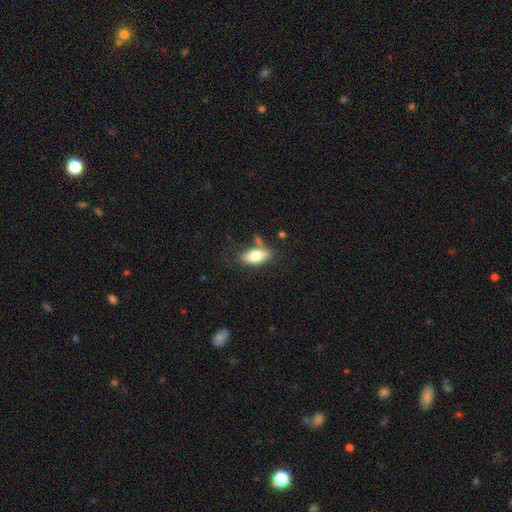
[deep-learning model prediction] This is likely a smooth galaxy (76%). How rounded: clearly in between (85%). Merging: likely none (67%).